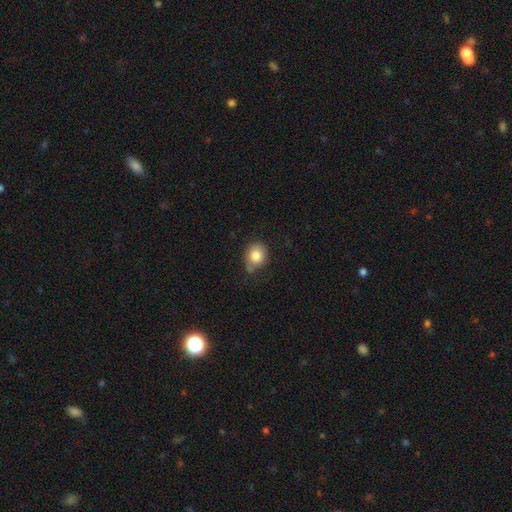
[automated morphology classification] Smooth or featured? Predicted: smooth (p=0.82). How rounded? Predicted: round (p=0.68). Merging? Predicted: none (p=0.66).